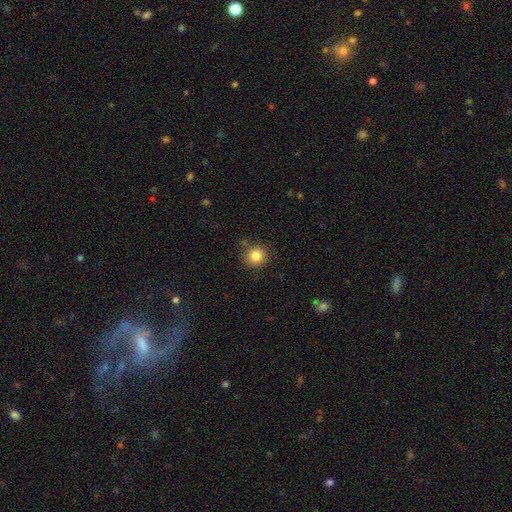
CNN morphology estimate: Smooth or featured? smooth (84%)
How rounded? round (91%)
Merging? none (82%)